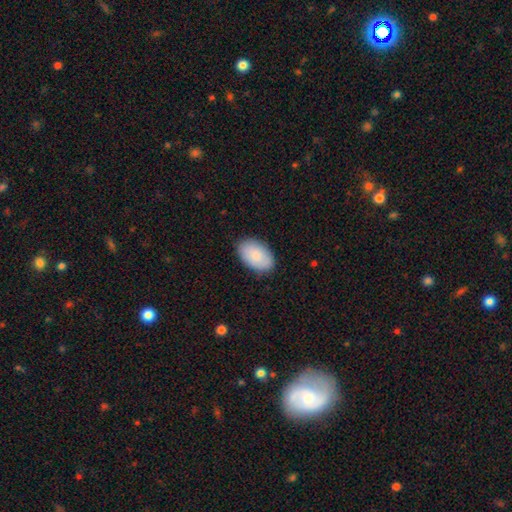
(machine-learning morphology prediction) Smooth or featured? Predicted: smooth (p=0.86). How rounded? Predicted: in between (p=0.94). Merging? Predicted: none (p=0.87).